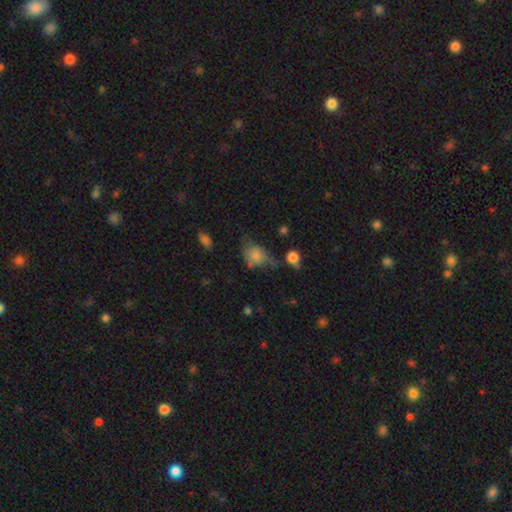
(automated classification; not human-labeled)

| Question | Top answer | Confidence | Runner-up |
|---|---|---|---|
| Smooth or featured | smooth | 74% | featured or disk (15%) |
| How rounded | in between | 59% | round (40%) |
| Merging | none | 38% | minor disturbance (34%) |